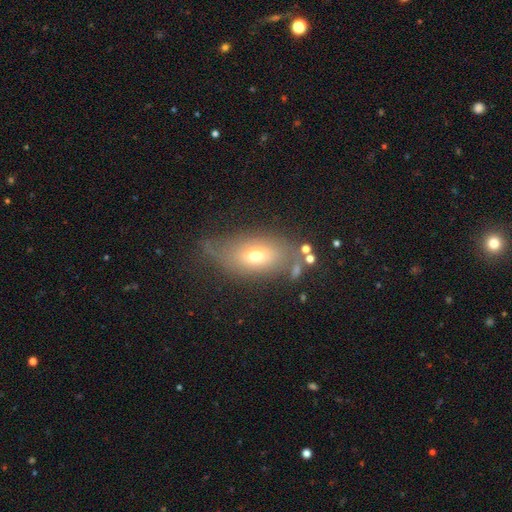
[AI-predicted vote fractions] Smooth or featured? smooth (56%)
How rounded? in between (81%)
Merging? none (54%)